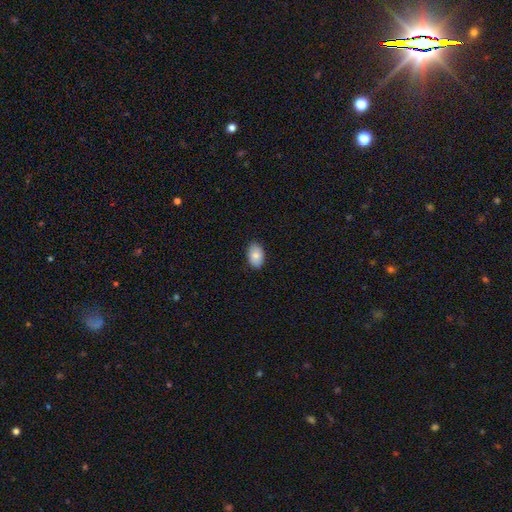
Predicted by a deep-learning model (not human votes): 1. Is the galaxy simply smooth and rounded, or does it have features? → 83% smooth, 10% featured or disk, 7% star or artifact.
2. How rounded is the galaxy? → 89% in between, 10% round, 1% cigar-shaped.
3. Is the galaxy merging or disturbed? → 88% none, 10% minor disturbance, 2% major disturbance, 1% merger.